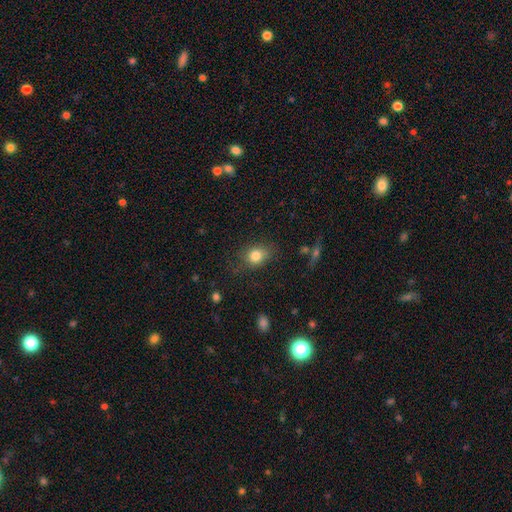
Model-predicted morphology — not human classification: smooth 81%, star or artifact 11%, featured or disk 8%. Down the decision tree: how rounded — round (54%); merging — none (72%).